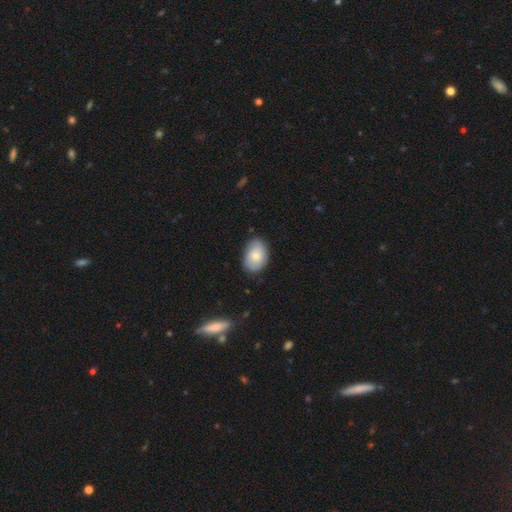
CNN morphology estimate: smooth_or_featured: smooth (p=0.71) [alt: featured or disk p=0.22]
how_rounded: in between (p=0.83) [alt: round p=0.16]
merging: none (p=0.77) [alt: minor disturbance p=0.18]